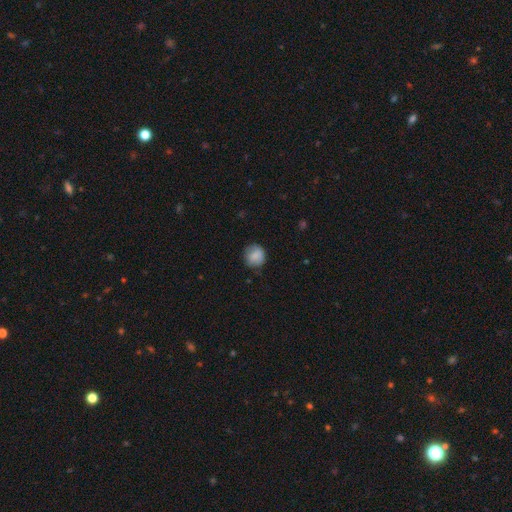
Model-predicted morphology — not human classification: type=smooth (83%); roundness=round (87%); merging=none (77%).